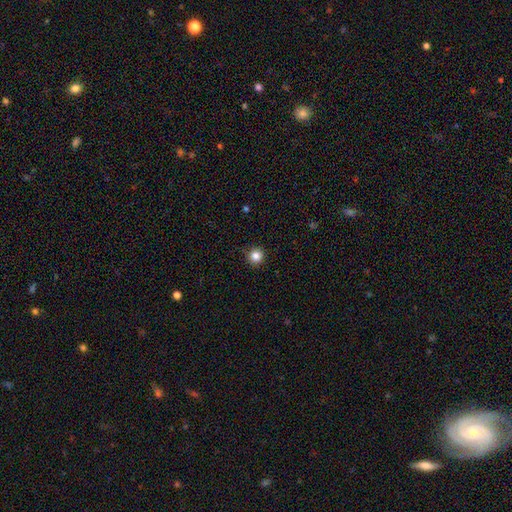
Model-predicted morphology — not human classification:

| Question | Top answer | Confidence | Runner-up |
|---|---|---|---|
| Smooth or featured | smooth | 84% | star or artifact (12%) |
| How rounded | round | 95% | in between (4%) |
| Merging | none | 92% | minor disturbance (5%) |